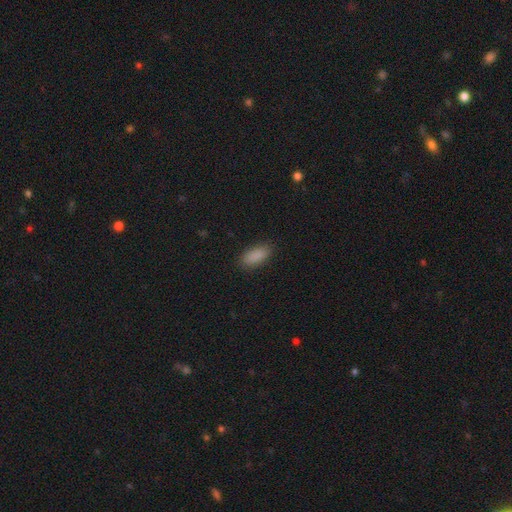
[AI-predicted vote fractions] Q: Smooth or featured?
A: smooth (89%); runner-up: star or artifact (7%)
Q: How rounded?
A: in between (85%); runner-up: cigar-shaped (12%)
Q: Merging?
A: none (87%); runner-up: minor disturbance (10%)